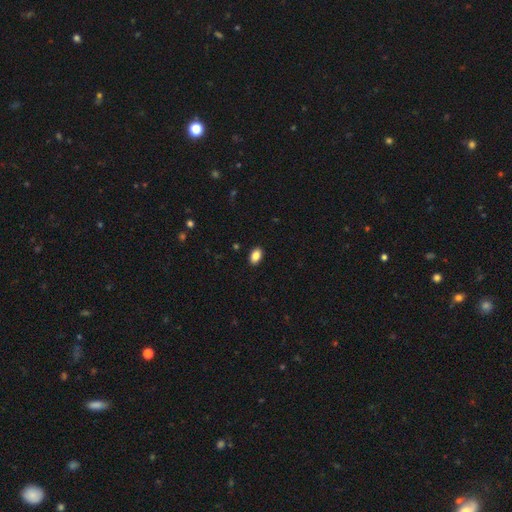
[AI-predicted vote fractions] smooth 86%, star or artifact 9%, featured or disk 5%. Down the decision tree: how rounded — in between (89%); merging — none (90%).